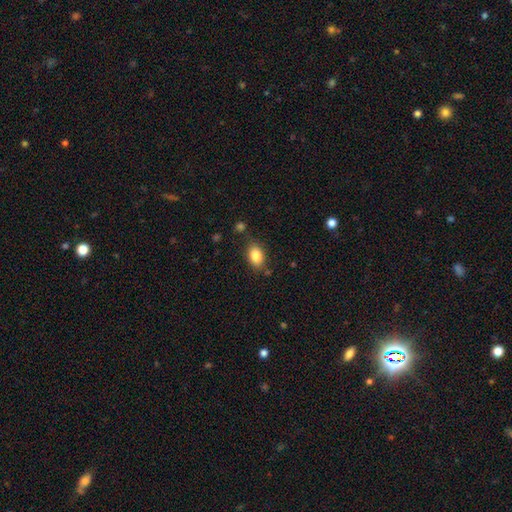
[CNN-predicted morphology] Smooth or featured: smooth — 84% (star or artifact — 8%)
How rounded: in between — 83% (round — 15%)
Merging: none — 79% (minor disturbance — 14%)